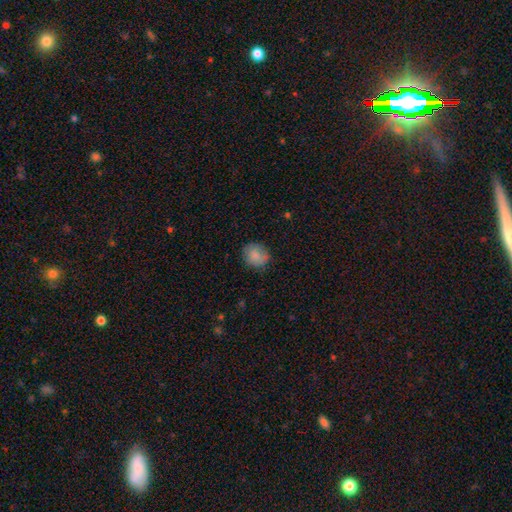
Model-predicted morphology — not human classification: The model was most divided on "how rounded": round: 69%, in between: 30%, cigar-shaped: 1%. More confident: smooth or featured — smooth (83%); merging — none (76%).